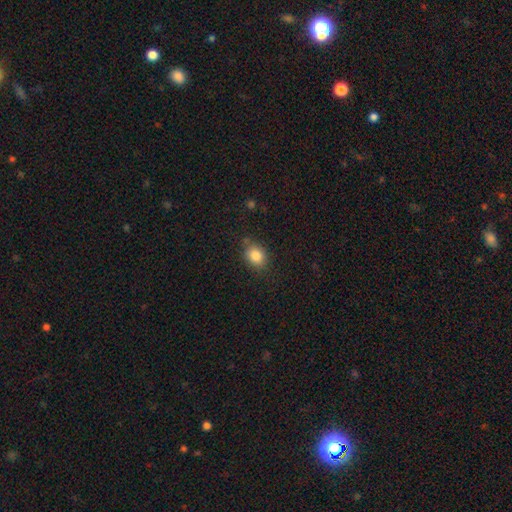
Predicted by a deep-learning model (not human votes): smooth 84%, star or artifact 10%, featured or disk 6%. Down the decision tree: how rounded — in between (51%); merging — none (78%).